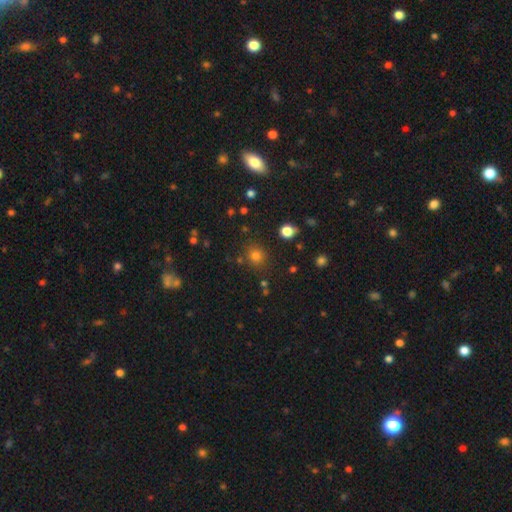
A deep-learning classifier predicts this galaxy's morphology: smooth 75%, star or artifact 18%, featured or disk 6%. Down the decision tree: how rounded — round (87%); merging — none (85%).